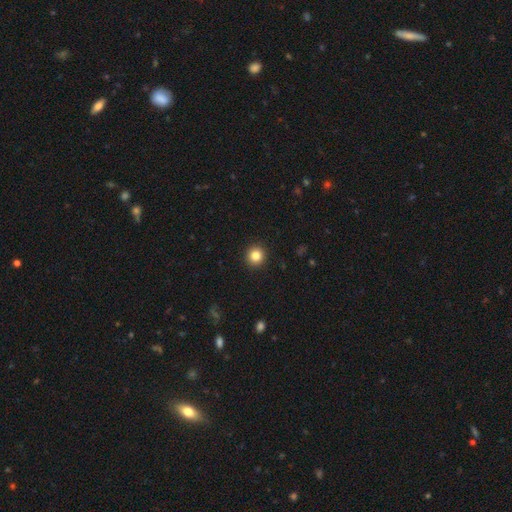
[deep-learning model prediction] Smooth or featured: smooth — 84% (star or artifact — 11%)
How rounded: round — 94% (in between — 5%)
Merging: none — 93% (minor disturbance — 4%)